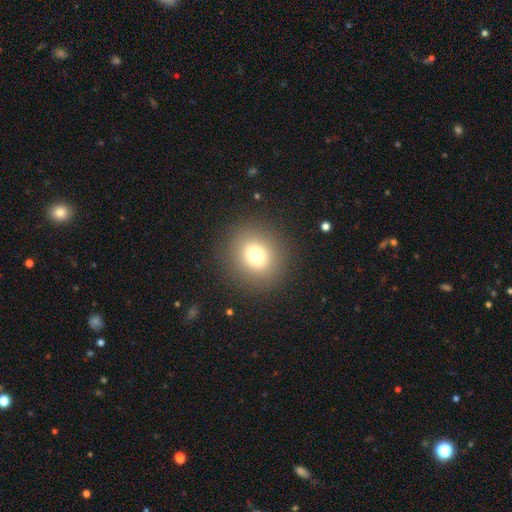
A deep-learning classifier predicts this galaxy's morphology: smooth 74%, star or artifact 15%, featured or disk 11%. Down the decision tree: how rounded — round (85%); merging — none (89%).